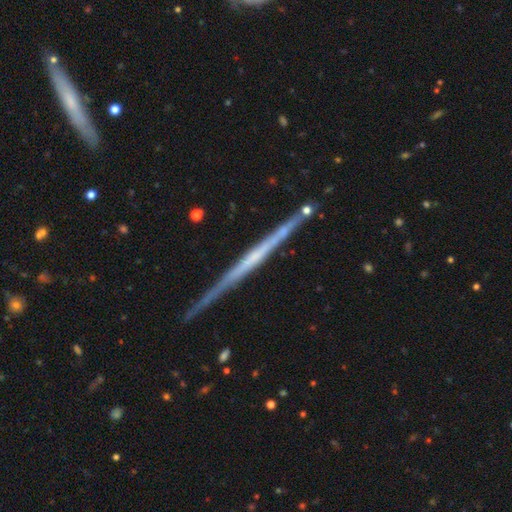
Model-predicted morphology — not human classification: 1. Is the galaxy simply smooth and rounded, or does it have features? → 73% featured or disk, 21% smooth, 6% star or artifact.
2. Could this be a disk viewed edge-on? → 98% yes, 2% no.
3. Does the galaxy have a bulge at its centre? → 80% none, 13% rounded, 7% boxy.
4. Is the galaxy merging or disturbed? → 84% none, 11% minor disturbance, 2% merger, 2% major disturbance.